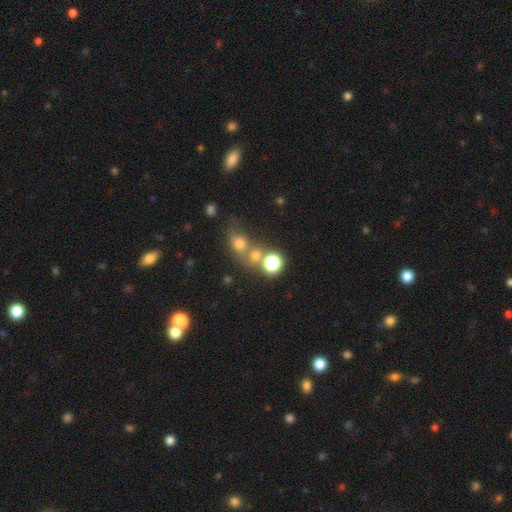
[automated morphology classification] Smooth or featured?
  - smooth: 63% *
  - star or artifact: 24%
  - featured or disk: 13%
How rounded?
  - round: 69% *
  - in between: 29%
  - cigar-shaped: 2%
Merging?
  - none: 45% *
  - merger: 39%
  - minor disturbance: 10%
  - major disturbance: 7%